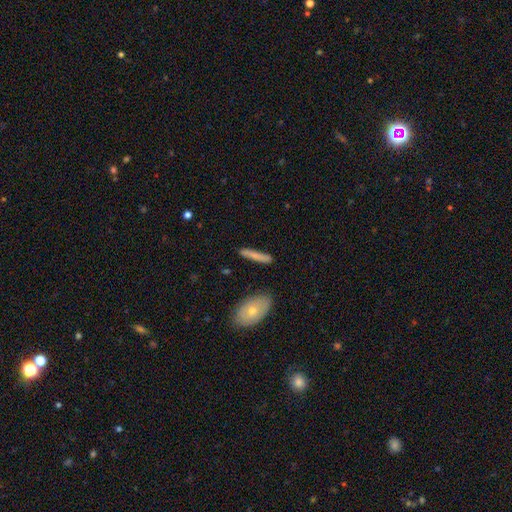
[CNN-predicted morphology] Smooth or featured?
  - smooth: 72% *
  - featured or disk: 22%
  - star or artifact: 6%
How rounded?
  - cigar-shaped: 86% *
  - in between: 12%
  - round: 2%
Merging?
  - none: 85% *
  - minor disturbance: 11%
  - merger: 3%
  - major disturbance: 2%